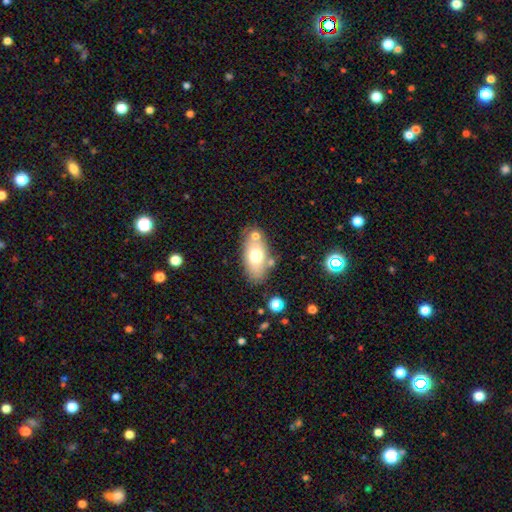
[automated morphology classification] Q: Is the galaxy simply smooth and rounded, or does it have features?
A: smooth — 66%.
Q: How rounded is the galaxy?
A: in between — 88%.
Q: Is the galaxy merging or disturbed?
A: none — 69%.